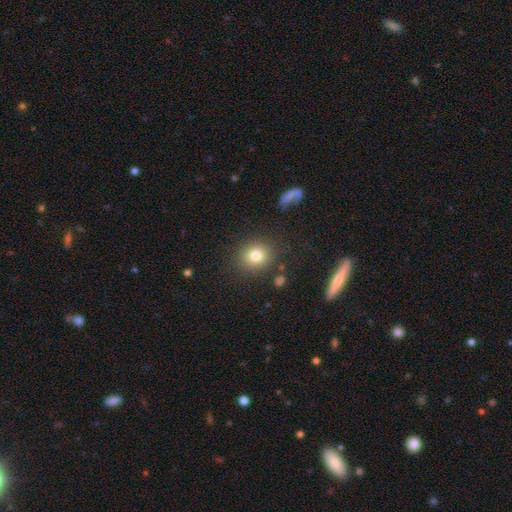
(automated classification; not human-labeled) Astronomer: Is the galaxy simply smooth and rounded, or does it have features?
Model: smooth — 79%.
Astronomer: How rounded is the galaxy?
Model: round — 77%.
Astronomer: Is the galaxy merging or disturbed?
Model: none — 85%.